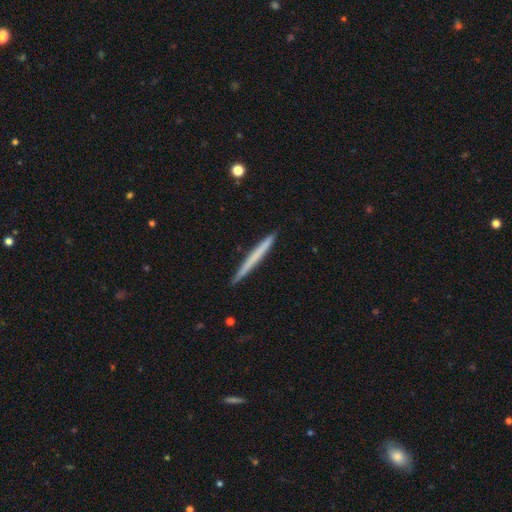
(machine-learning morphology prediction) Q: Smooth or featured?
A: smooth (58%); runner-up: featured or disk (37%)
Q: How rounded?
A: cigar-shaped (97%); runner-up: in between (1%)
Q: Merging?
A: none (92%); runner-up: minor disturbance (6%)